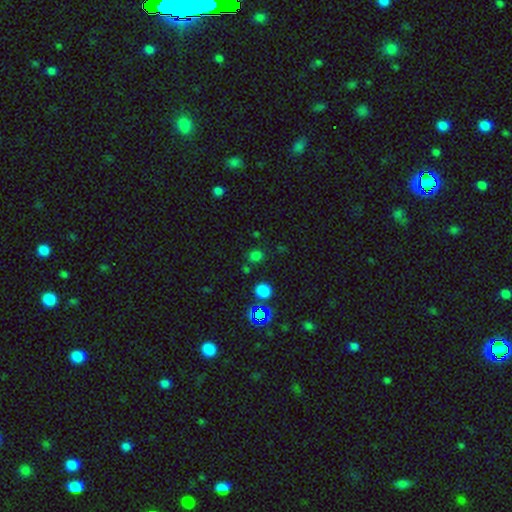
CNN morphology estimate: A smooth galaxy with no disk features (68%) that is round (69%). Merging: none (78%).